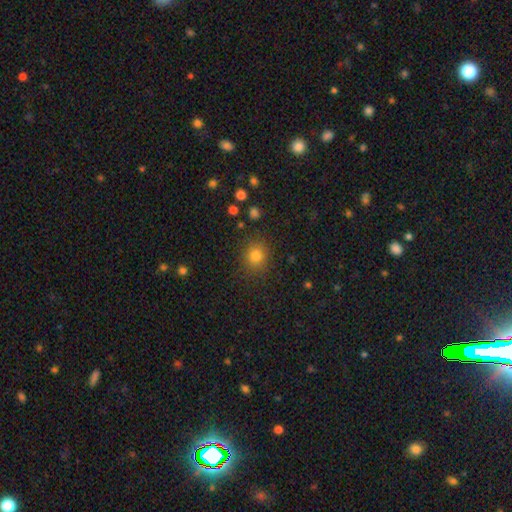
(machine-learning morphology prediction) The model was most divided on "how rounded": round: 79%, in between: 20%, cigar-shaped: 1%. More confident: merging — none (86%); smooth or featured — smooth (80%).